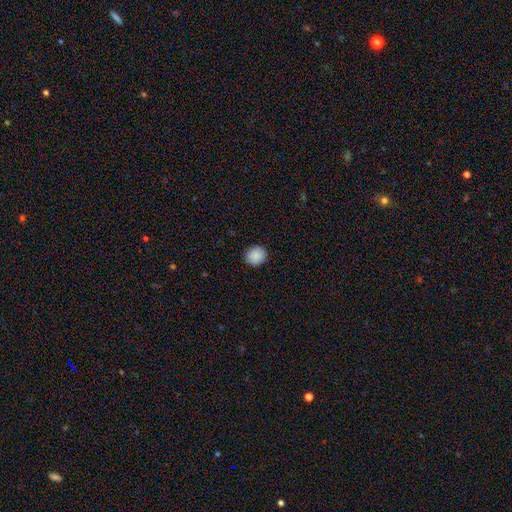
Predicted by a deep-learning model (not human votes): A smooth galaxy with no disk features (89%) that is round (80%). Merging: none (90%).